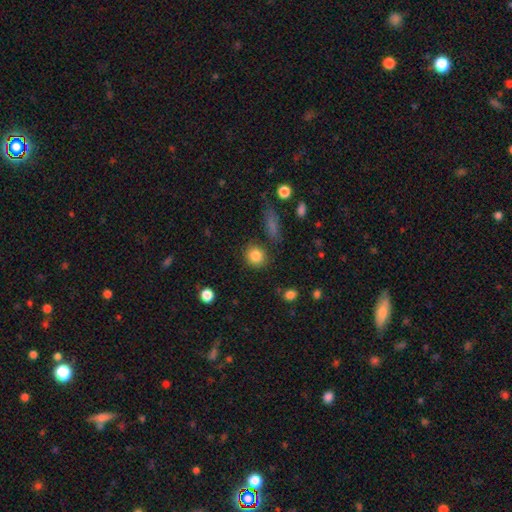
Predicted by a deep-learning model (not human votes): The model was most divided on "how rounded": round: 85%, in between: 14%, cigar-shaped: 1%. More confident: smooth or featured — smooth (85%); merging — none (84%).